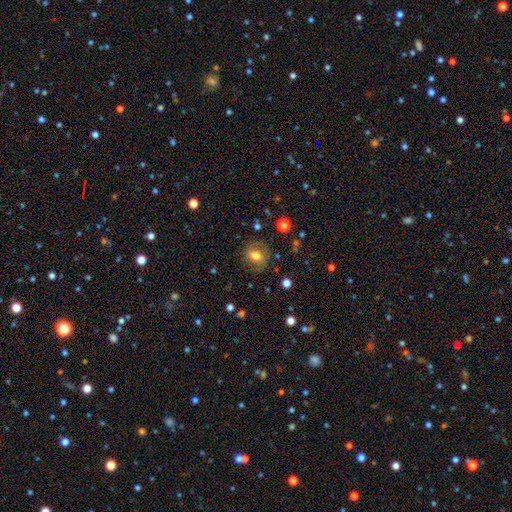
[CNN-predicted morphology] Smooth or featured? Predicted: smooth (p=0.68). How rounded? Predicted: round (p=0.74). Merging? Predicted: none (p=0.80).